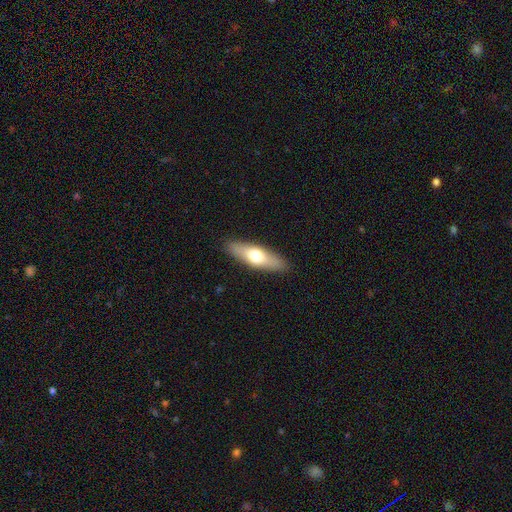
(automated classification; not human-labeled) Overall: smooth (59%; featured or disk 35%). How rounded: cigar-shaped (51%; in between 46%). Merging: none (89%).